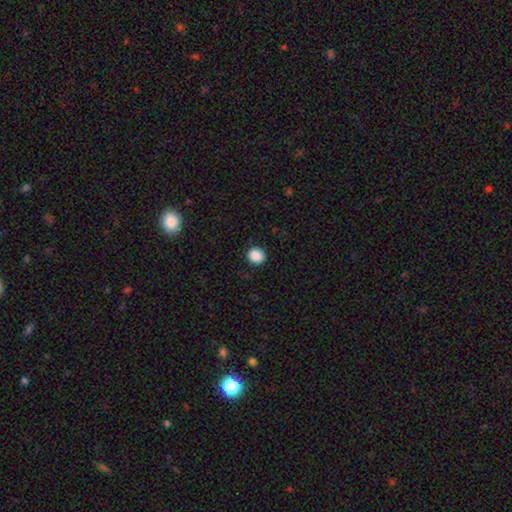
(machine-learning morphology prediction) A smooth galaxy with no disk features (89%) that is round (86%).

Vote fractions:
- Smooth or featured? smooth: 89% / star or artifact: 9% / featured or disk: 2%
- How rounded? round: 86% / in between: 13% / cigar-shaped: 1%
- Merging? none: 92% / minor disturbance: 6% / major disturbance: 2% / merger: 1%